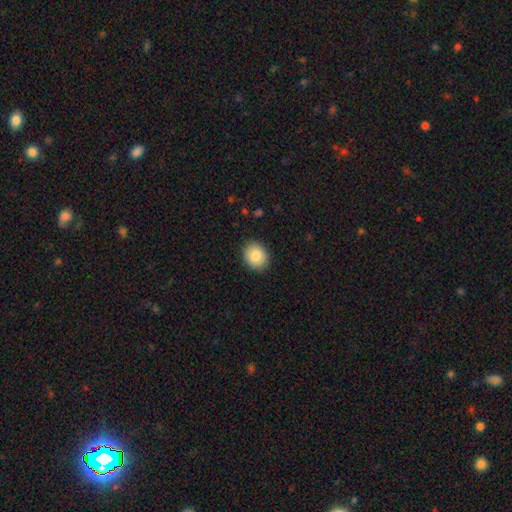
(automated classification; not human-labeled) The model was most divided on "how rounded": round: 59%, in between: 40%, cigar-shaped: 1%. More confident: merging — none (89%); smooth or featured — smooth (85%).